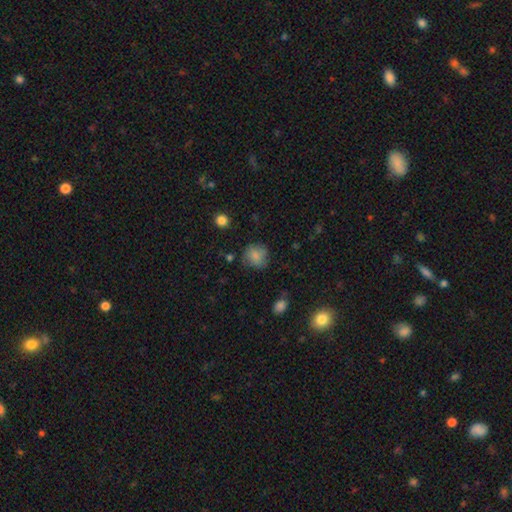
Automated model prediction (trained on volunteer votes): A smooth galaxy with no disk features (79%) that is round (82%).

Vote fractions:
- Smooth or featured? smooth: 79% / featured or disk: 12% / star or artifact: 9%
- How rounded? round: 82% / in between: 17% / cigar-shaped: 1%
- Merging? none: 68% / minor disturbance: 22% / major disturbance: 8% / merger: 2%